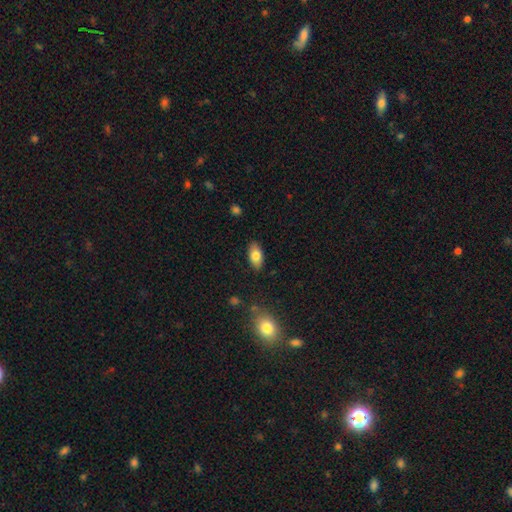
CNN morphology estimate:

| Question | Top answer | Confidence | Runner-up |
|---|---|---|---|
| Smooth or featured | smooth | 81% | featured or disk (12%) |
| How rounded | in between | 91% | cigar-shaped (5%) |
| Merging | none | 86% | minor disturbance (10%) |